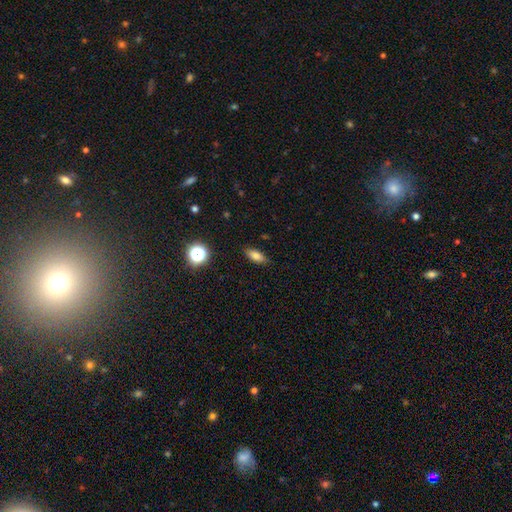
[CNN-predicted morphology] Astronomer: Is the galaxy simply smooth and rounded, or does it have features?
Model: smooth — 78%.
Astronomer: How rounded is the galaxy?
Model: in between — 75%.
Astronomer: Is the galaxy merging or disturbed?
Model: none — 86%.